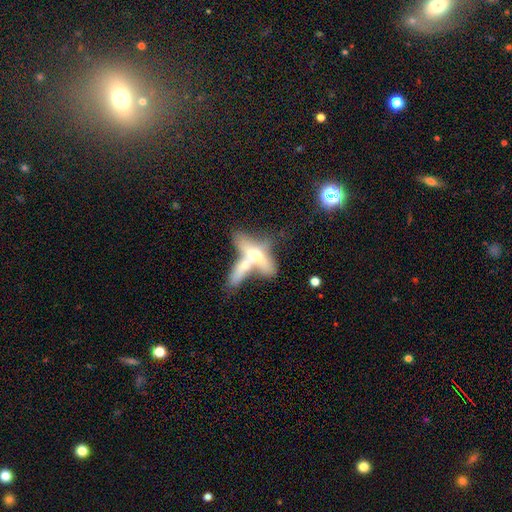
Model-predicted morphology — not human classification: Smooth or featured?
  - featured or disk: 57% *
  - smooth: 31%
  - star or artifact: 12%
Edge-on disk?
  - yes: 65% *
  - no: 35%
Merging?
  - merger: 58% *
  - none: 26%
  - minor disturbance: 9%
  - major disturbance: 7%